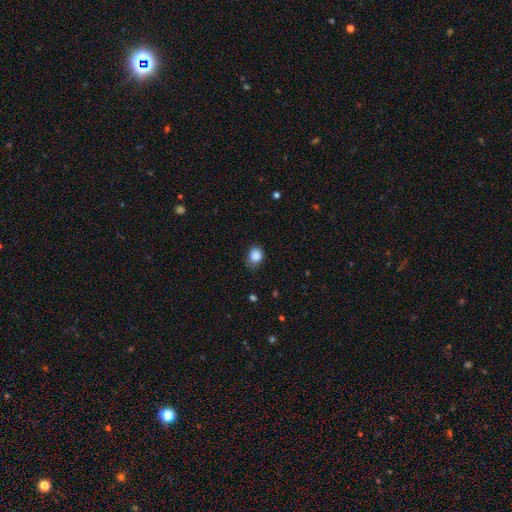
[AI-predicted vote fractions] Q: Smooth or featured?
A: smooth (87%); runner-up: star or artifact (10%)
Q: How rounded?
A: round (58%); runner-up: in between (41%)
Q: Merging?
A: none (69%); runner-up: minor disturbance (25%)